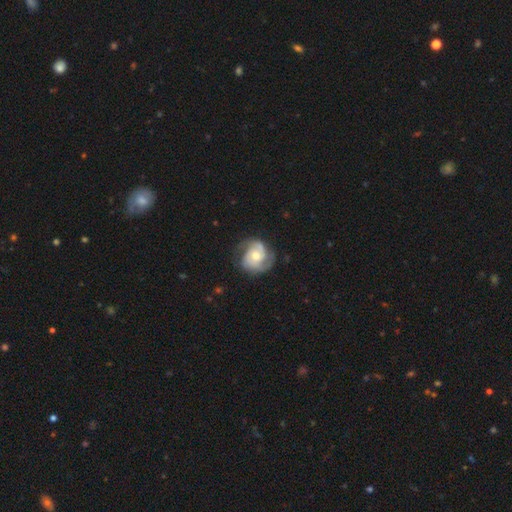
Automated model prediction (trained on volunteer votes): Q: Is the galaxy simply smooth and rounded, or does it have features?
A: featured or disk — 82%.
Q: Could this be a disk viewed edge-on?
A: no — 98%.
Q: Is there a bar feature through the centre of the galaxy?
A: no — 65%.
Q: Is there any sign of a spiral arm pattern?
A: yes — 96%.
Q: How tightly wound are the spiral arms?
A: medium — 43%, tied with tight.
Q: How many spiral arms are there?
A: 2 — 62%.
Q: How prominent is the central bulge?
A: moderate — 64%.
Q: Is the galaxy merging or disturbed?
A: none — 69%.